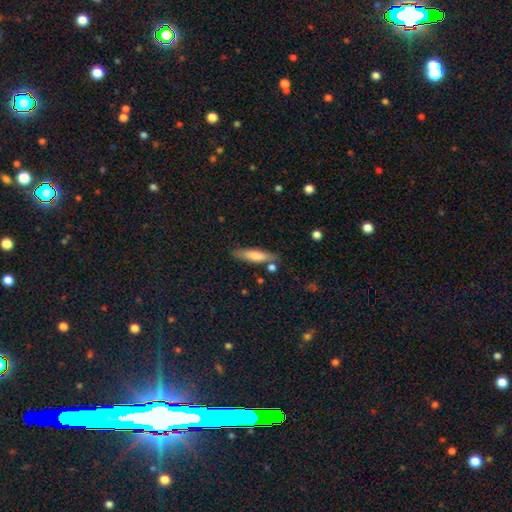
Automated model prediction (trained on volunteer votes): Smooth or featured? Predicted: smooth (p=0.74). How rounded? Predicted: cigar-shaped (p=0.69). Merging? Predicted: none (p=0.72).